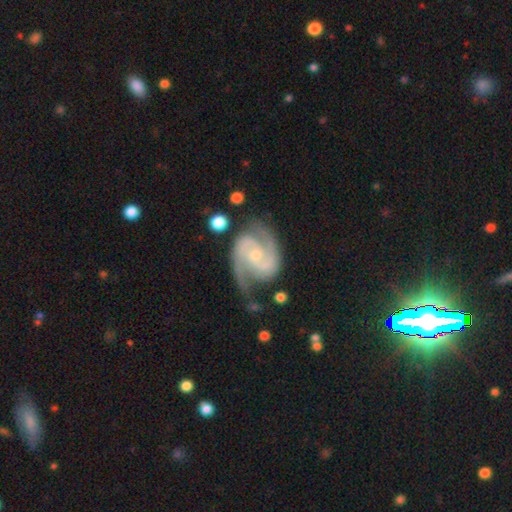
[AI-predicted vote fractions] A featured or disk galaxy (92%) with no bar (51%), 2 (91%) medium (54%) spiral arms (98%) and a small central bulge (65%).

Vote fractions:
- Smooth or featured? featured or disk: 92% / star or artifact: 4% / smooth: 4%
- Edge-on disk? no: 98% / yes: 2%
- Bar? no: 51% / weak: 37% / strong: 11%
- Spiral arms? yes: 98% / no: 2%
- Spiral winding? medium: 54% / tight: 36% / loose: 10%
- Spiral arm count? 2: 91% / 3: 3% / can't tell: 3% / 1: 1% / 4: 1% / more than 4: 1%
- Bulge size? small: 65% / moderate: 30% / none: 3% / large: 1% / dominant: 1%
- Merging? none: 71% / minor disturbance: 19% / major disturbance: 7% / merger: 3%